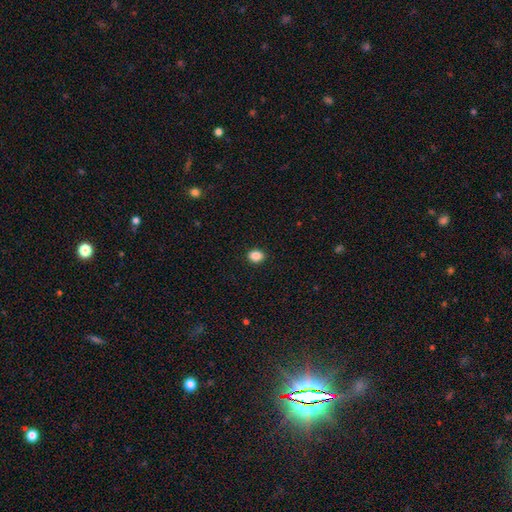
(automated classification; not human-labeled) Q: Smooth or featured?
A: smooth (87%); runner-up: star or artifact (10%)
Q: How rounded?
A: in between (51%); runner-up: round (48%)
Q: Merging?
A: none (91%); runner-up: minor disturbance (6%)